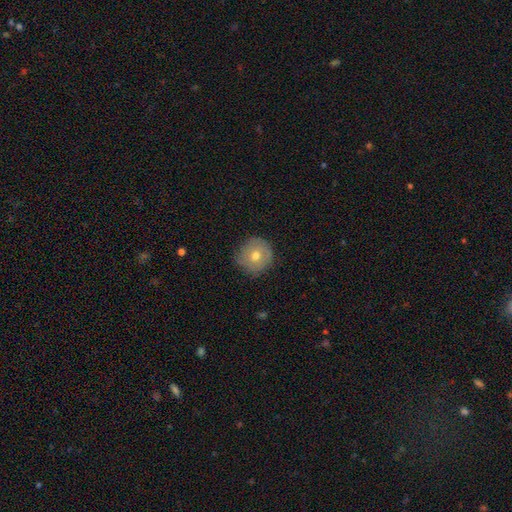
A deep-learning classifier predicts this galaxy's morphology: Overall: smooth (64%; featured or disk 26%). How rounded: round (94%). Merging: none (82%).